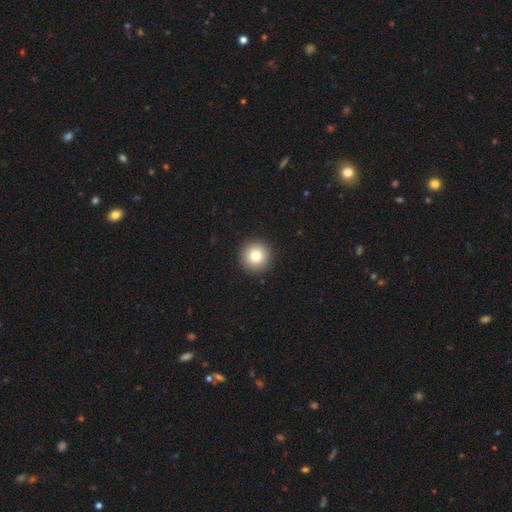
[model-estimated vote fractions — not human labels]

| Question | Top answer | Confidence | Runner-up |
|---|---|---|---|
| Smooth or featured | smooth | 80% | star or artifact (11%) |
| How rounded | round | 96% | in between (3%) |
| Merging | none | 93% | minor disturbance (4%) |